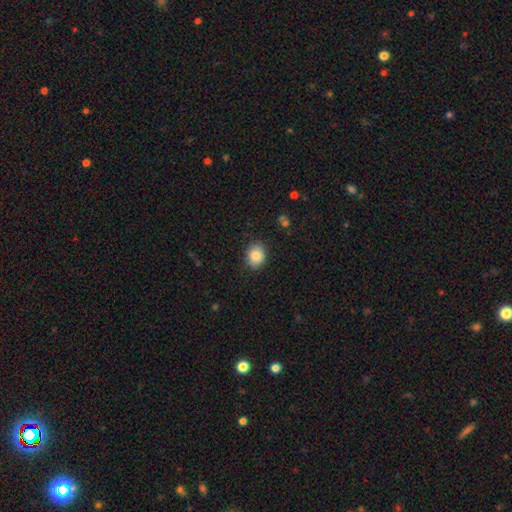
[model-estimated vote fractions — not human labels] Overall: smooth (85%). How rounded: in between (53%; round 46%). Merging: none (88%).